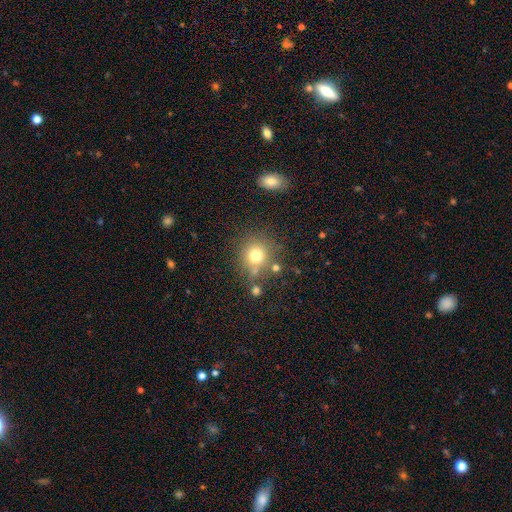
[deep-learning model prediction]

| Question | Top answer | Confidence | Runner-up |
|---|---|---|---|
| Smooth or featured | smooth | 74% | star or artifact (14%) |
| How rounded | round | 89% | in between (10%) |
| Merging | none | 70% | minor disturbance (13%) |